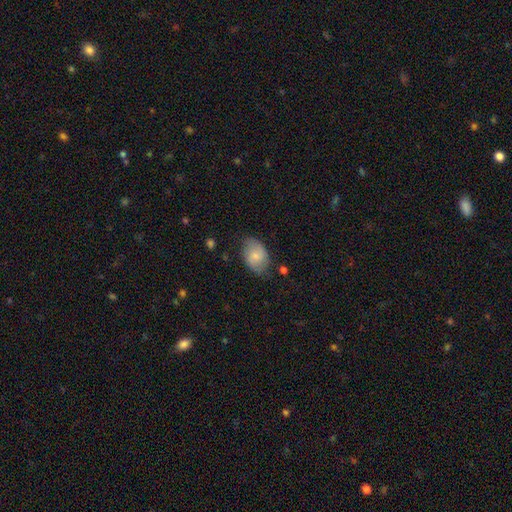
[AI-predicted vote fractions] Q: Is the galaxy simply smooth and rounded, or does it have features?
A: smooth — 70%.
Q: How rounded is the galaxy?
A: in between — 79%.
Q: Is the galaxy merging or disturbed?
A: none — 67%.